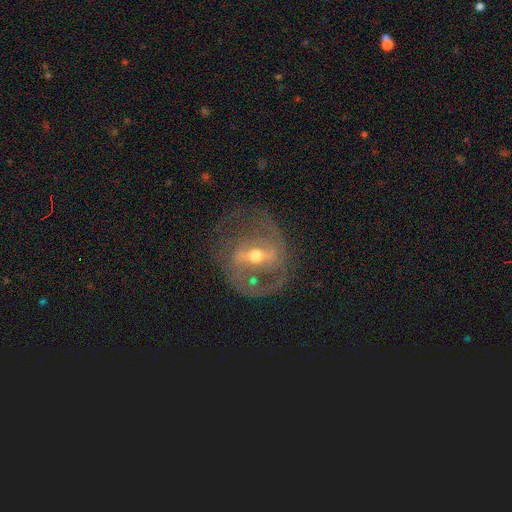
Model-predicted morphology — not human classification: This is clearly a featured or disk galaxy (86%). It is clearly not viewed edge-on (95%). Bar: possibly strong (57%). Spiral arm pattern: clearly yes (83%). Spiral arm count: clearly 2 (83%). Spiral winding: possibly medium (51%). Central bulge: likely moderate (64%). Merging: likely none (67%).